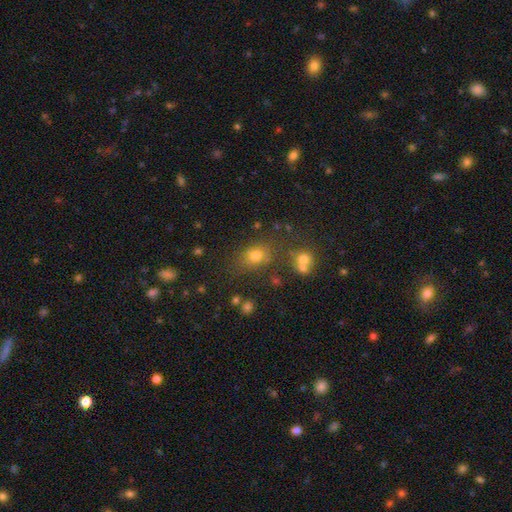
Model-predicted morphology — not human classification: A smooth galaxy with no disk features (66%) that is in between round and cigar-shaped (51%). Merging: none (71%).